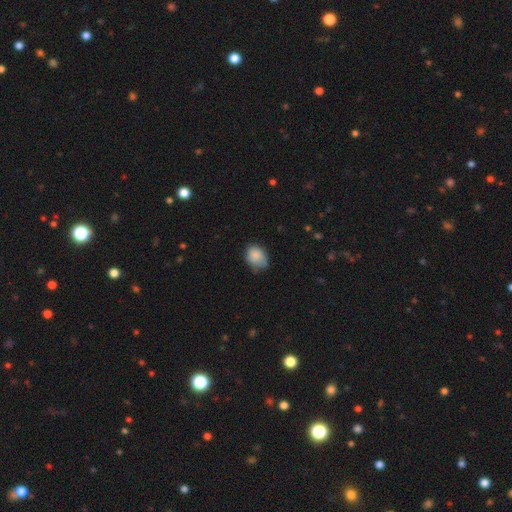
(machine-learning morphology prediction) type=smooth (84%); roundness=in between (60%); merging=none (53%).